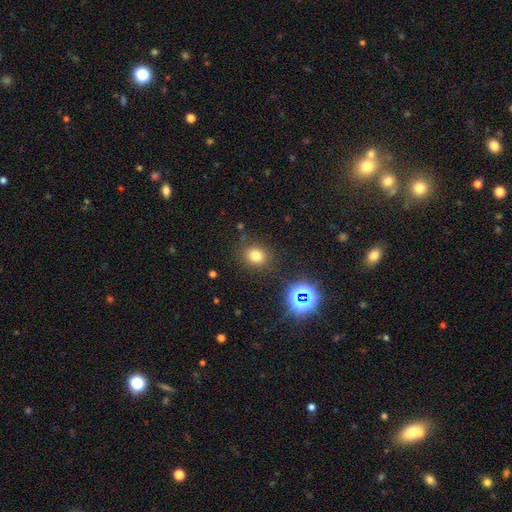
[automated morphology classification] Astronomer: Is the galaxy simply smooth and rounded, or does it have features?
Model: smooth — 74%.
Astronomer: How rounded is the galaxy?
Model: round — 67%.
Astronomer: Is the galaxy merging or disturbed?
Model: none — 85%.